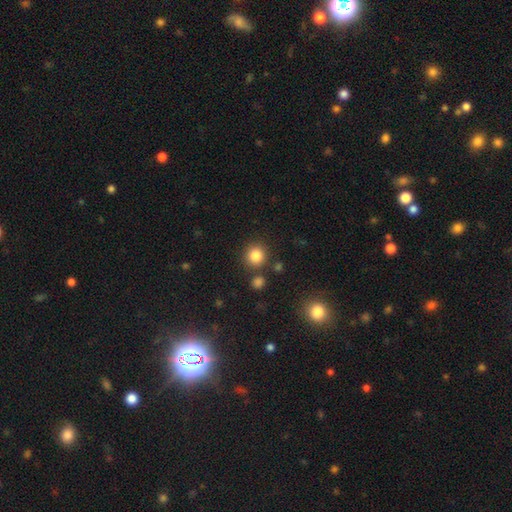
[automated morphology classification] This appears to be a smooth galaxy with no disk features (84%) that is round (91%). Merging: none (83%).